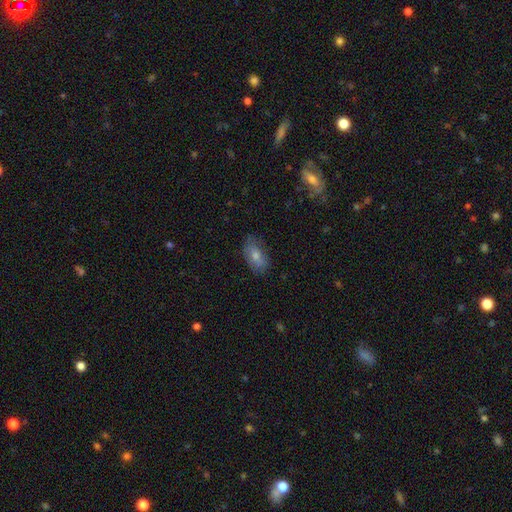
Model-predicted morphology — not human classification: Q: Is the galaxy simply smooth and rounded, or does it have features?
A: smooth — 62%.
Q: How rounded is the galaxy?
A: in between — 88%.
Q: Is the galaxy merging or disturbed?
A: none — 78%.